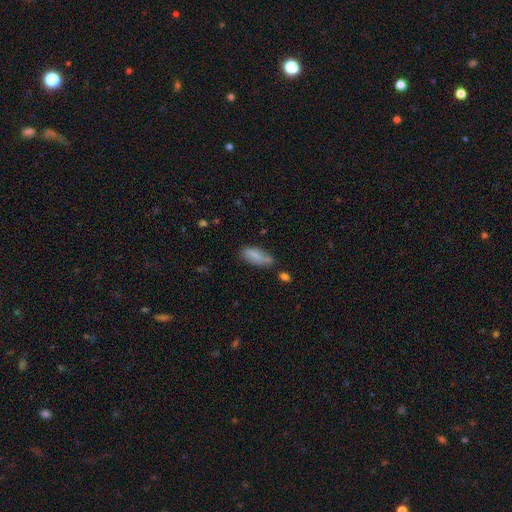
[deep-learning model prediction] Overall: smooth (80%). How rounded: in between (76%). Merging: none (54%; minor disturbance 29%).